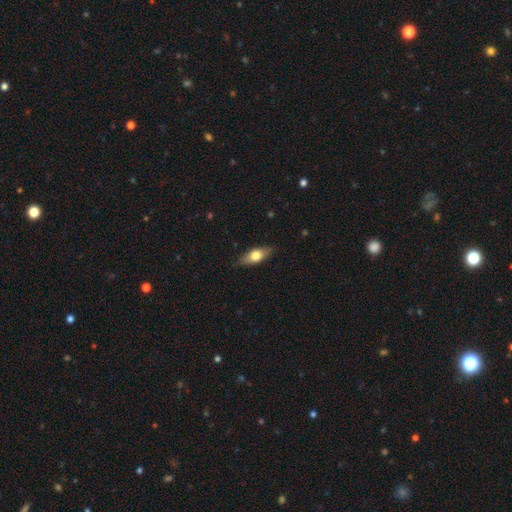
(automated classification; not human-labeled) This is likely a smooth galaxy (63%). How rounded: likely in between (75%). Merging: clearly none (82%).